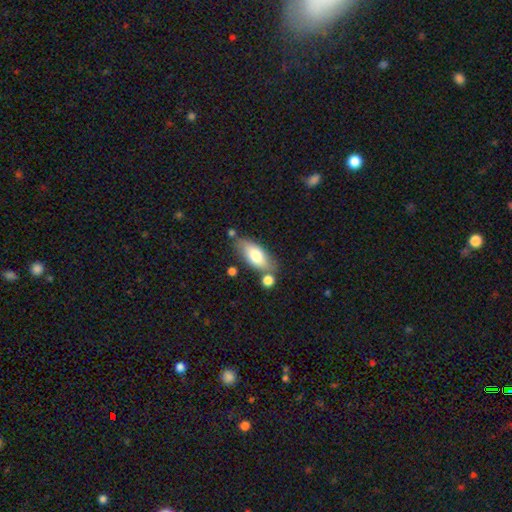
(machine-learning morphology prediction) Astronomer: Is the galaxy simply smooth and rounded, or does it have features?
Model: smooth — 73%.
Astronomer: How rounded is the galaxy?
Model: in between — 82%.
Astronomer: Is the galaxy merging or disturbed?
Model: none — 68%.